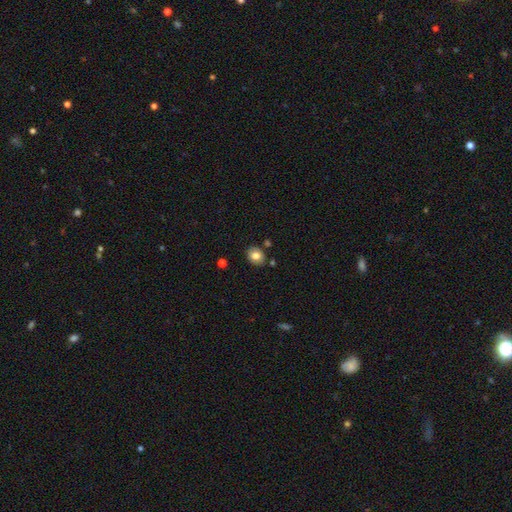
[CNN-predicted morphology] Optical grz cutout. It shows a smooth galaxy with no disk features (77%) that is round (56%). Merging: none (82%).